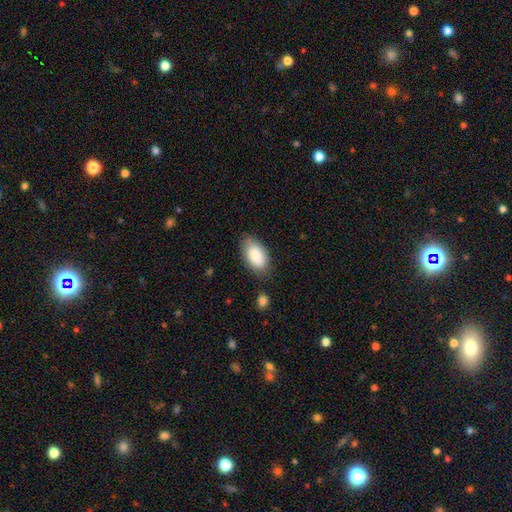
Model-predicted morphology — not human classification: type=smooth (86%); roundness=in between (94%); merging=none (77%).